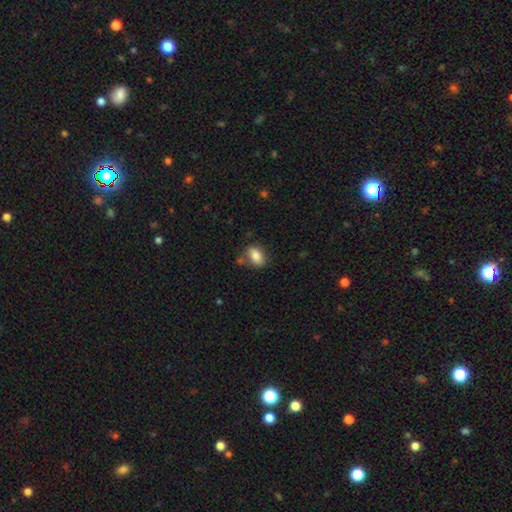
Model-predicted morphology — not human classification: A smooth galaxy with no disk features (84%) that is in between round and cigar-shaped (83%).

Vote fractions:
- Smooth or featured? smooth: 84% / star or artifact: 8% / featured or disk: 8%
- How rounded? in between: 83% / round: 15% / cigar-shaped: 2%
- Merging? none: 72% / minor disturbance: 16% / merger: 8% / major disturbance: 4%